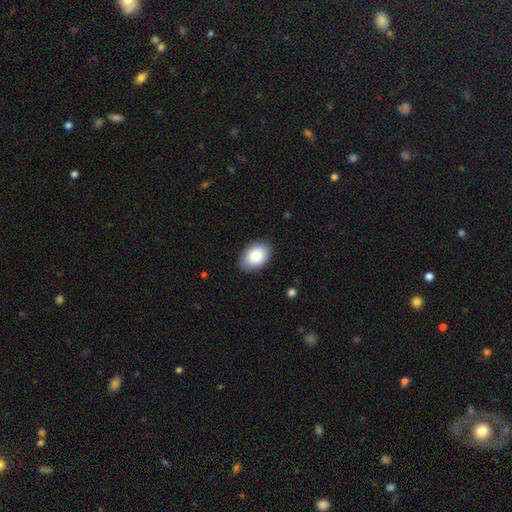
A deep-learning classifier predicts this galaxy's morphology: Smooth or featured? smooth (84%)
How rounded? in between (85%)
Merging? none (87%)